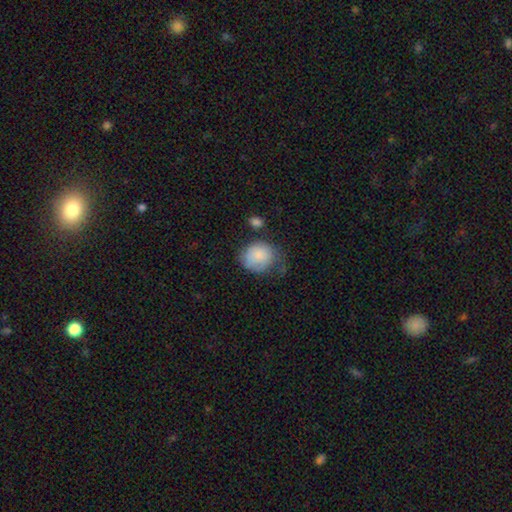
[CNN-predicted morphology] type=smooth (82%); roundness=round (68%); merging=none (41%).